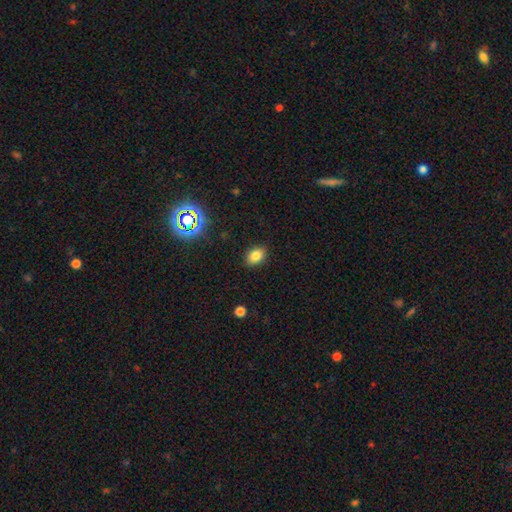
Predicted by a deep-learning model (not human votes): This is clearly a smooth galaxy (80%). How rounded: likely in between (75%). Merging: clearly none (88%).